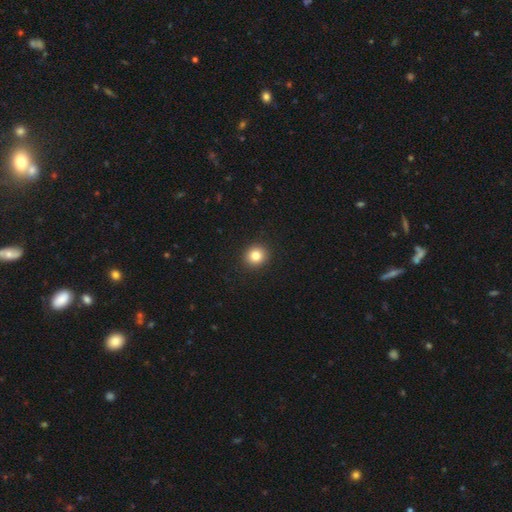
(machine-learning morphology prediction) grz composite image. It shows a smooth galaxy with no disk features (83%) that is round (85%). Merging: none (92%).